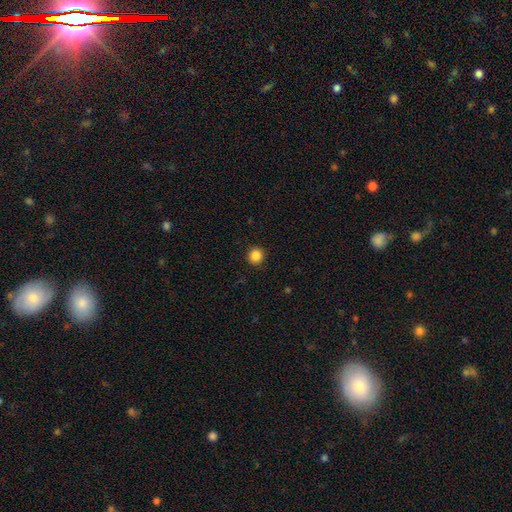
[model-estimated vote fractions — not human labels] A smooth galaxy with no disk features (86%) that is round (93%).

Vote fractions:
- Smooth or featured? smooth: 86% / star or artifact: 11% / featured or disk: 3%
- How rounded? round: 93% / in between: 6% / cigar-shaped: 1%
- Merging? none: 92% / minor disturbance: 5% / major disturbance: 2% / merger: 1%